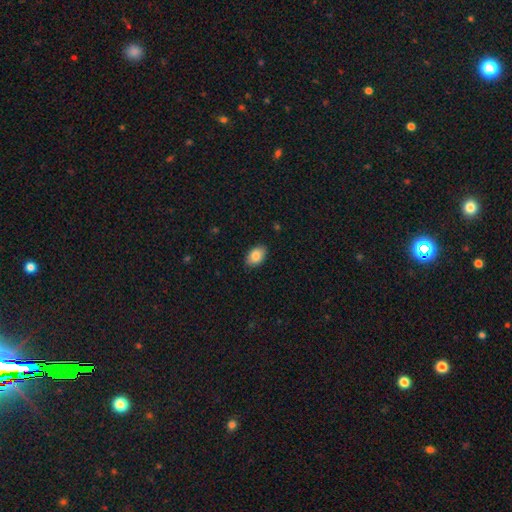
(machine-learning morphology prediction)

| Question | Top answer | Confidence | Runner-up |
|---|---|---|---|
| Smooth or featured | smooth | 84% | featured or disk (9%) |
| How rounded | in between | 87% | round (12%) |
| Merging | none | 87% | minor disturbance (10%) |